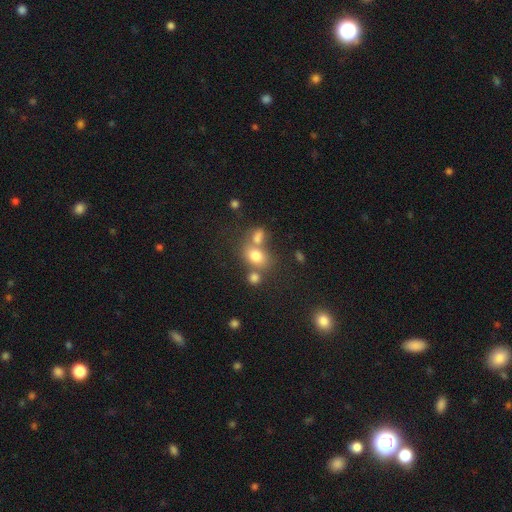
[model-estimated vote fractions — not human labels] Smooth or featured: smooth — 75% (star or artifact — 13%)
How rounded: in between — 56% (round — 43%)
Merging: none — 42% (merger — 39%)